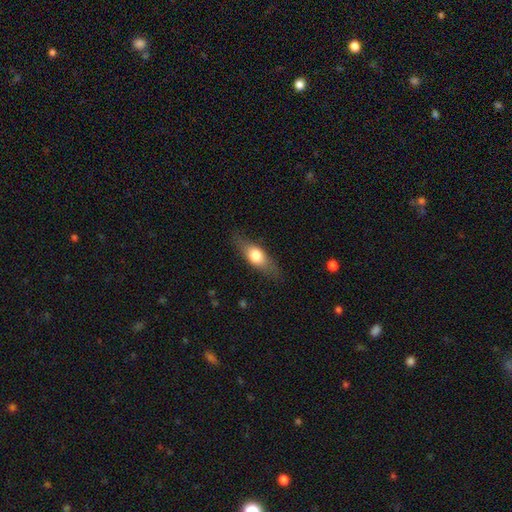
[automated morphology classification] smooth 63%, featured or disk 31%, star or artifact 7%. Down the decision tree: how rounded — in between (63%); merging — none (80%).